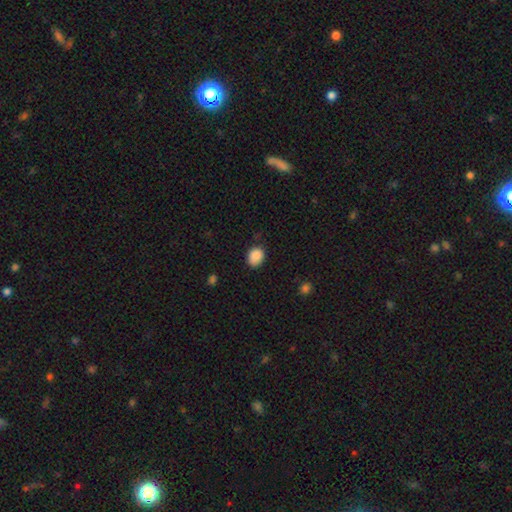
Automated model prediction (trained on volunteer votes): Q: Smooth or featured?
A: smooth (87%); runner-up: star or artifact (9%)
Q: How rounded?
A: round (50%); runner-up: in between (49%)
Q: Merging?
A: none (71%); runner-up: minor disturbance (23%)